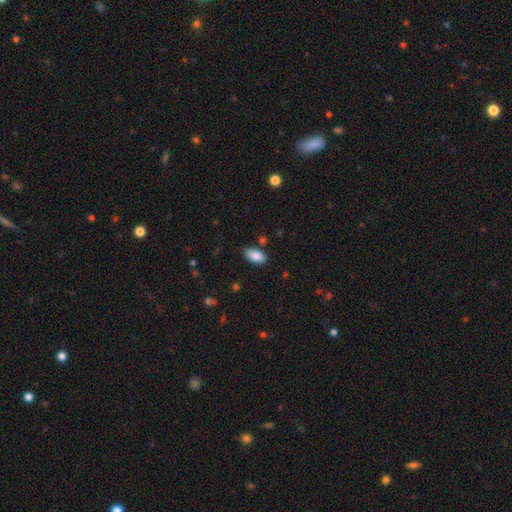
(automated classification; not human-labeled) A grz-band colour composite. It shows a smooth galaxy with no disk features (87%) that is in between round and cigar-shaped (93%). Merging: none (82%).